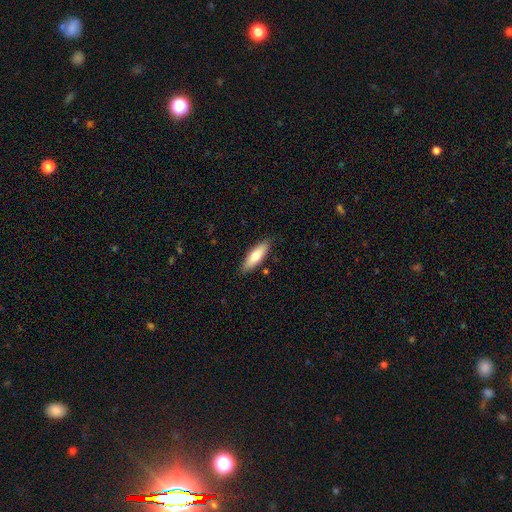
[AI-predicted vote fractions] A smooth galaxy with no disk features (72%) that is cigar-shaped (50%).

Vote fractions:
- Smooth or featured? smooth: 72% / featured or disk: 22% / star or artifact: 6%
- How rounded? cigar-shaped: 50% / in between: 48% / round: 2%
- Merging? none: 87% / minor disturbance: 10% / major disturbance: 2% / merger: 2%